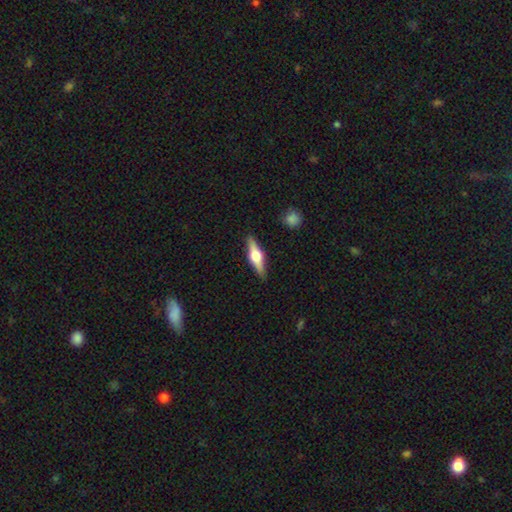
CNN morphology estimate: smooth-or-featured: featured or disk: 68% | smooth: 26% | star or artifact: 6%
  disk-edge-on: yes: 96% | no: 4%
    edge-on-bulge: rounded: 95% | boxy: 4% | none: 1%
  merging: none: 89% | minor disturbance: 8% | major disturbance: 2% | merger: 1%